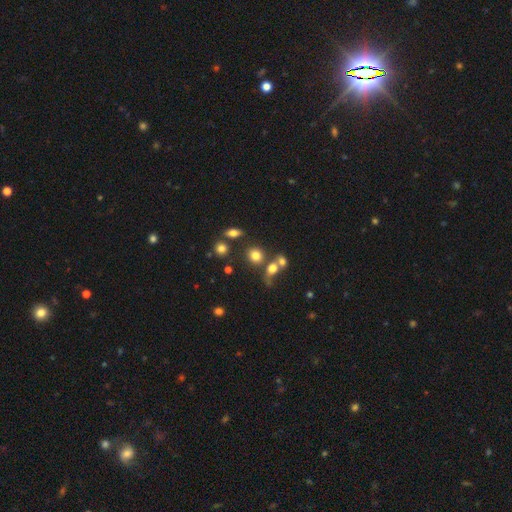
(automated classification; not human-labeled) This is likely a smooth galaxy (75%). How rounded: clearly round (80%). Merging: possibly none (52%).